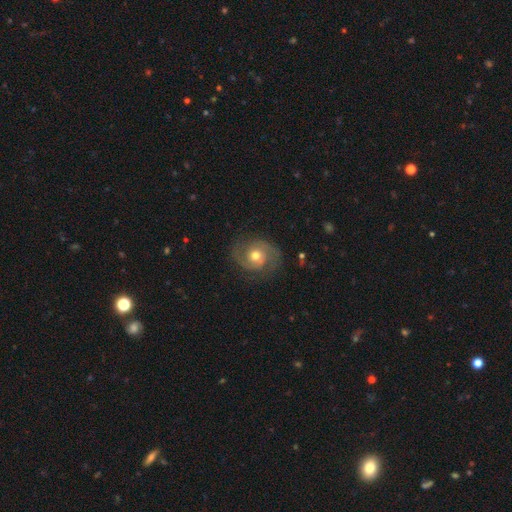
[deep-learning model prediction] Smooth or featured? Predicted: featured or disk (p=0.79). Edge-on disk? Predicted: no (p=0.97). Bar? Predicted: no (p=0.70). Spiral arms? Predicted: yes (p=0.94). Spiral winding? Predicted: medium (p=0.50). Spiral arm count? Predicted: 2 (p=0.86). Bulge size? Predicted: moderate (p=0.73). Merging? Predicted: none (p=0.75).